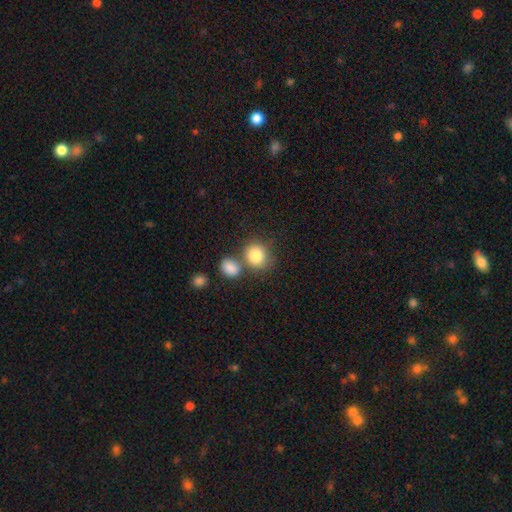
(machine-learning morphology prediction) smooth 84%, star or artifact 9%, featured or disk 7%. Down the decision tree: how rounded — round (77%); merging — none (58%).